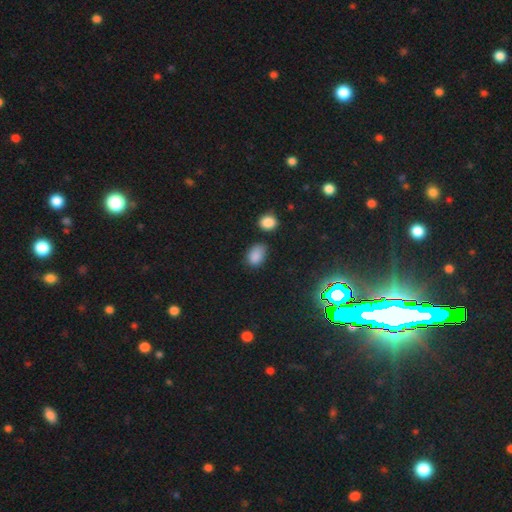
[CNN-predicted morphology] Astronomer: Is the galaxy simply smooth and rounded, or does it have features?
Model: smooth — 84%.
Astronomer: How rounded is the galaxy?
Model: in between — 76%.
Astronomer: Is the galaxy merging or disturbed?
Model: none — 62%.